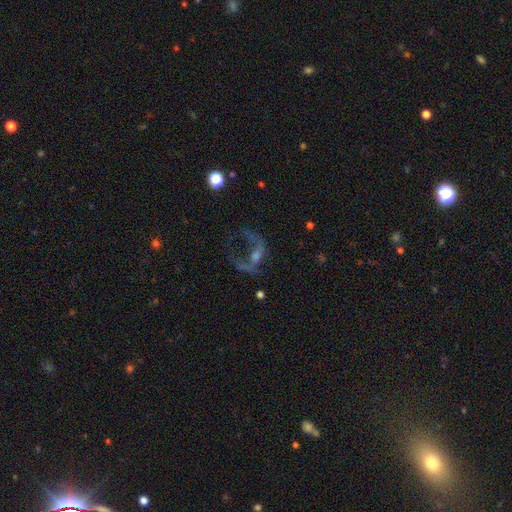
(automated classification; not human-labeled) Q: Smooth or featured?
A: featured or disk (61%); runner-up: smooth (20%)
Q: Edge-on disk?
A: no (95%); runner-up: yes (5%)
Q: Bar?
A: no (73%); runner-up: weak (20%)
Q: Spiral arms?
A: no (57%); runner-up: yes (43%)
Q: Bulge size?
A: small (43%); runner-up: moderate (30%)
Q: Merging?
A: major disturbance (54%); runner-up: none (28%)